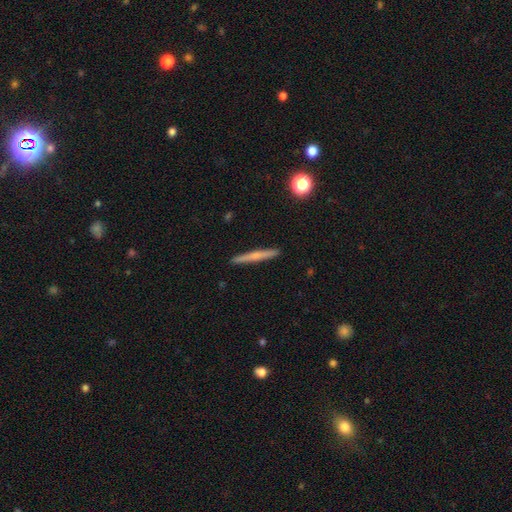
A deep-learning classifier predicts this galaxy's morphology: A smooth galaxy with no disk features (48%).

Vote fractions:
- Smooth or featured? smooth: 48% / featured or disk: 45% / star or artifact: 7%
- Merging? none: 92% / minor disturbance: 6% / major disturbance: 1% / merger: 1%